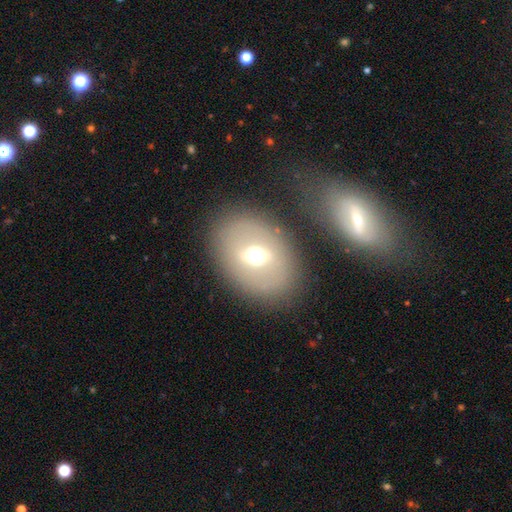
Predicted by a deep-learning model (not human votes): smooth_or_featured: smooth (p=0.48) [alt: featured or disk p=0.40]
merging: none (p=0.78) [alt: minor disturbance p=0.10]